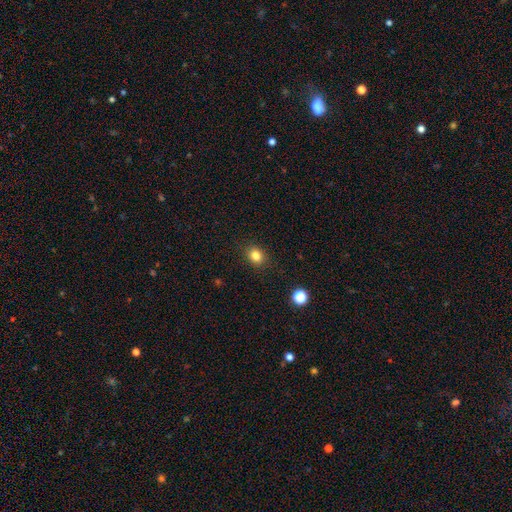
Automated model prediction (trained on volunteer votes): Smooth or featured: smooth — 83% (star or artifact — 12%)
How rounded: round — 55% (in between — 44%)
Merging: none — 88% (minor disturbance — 9%)